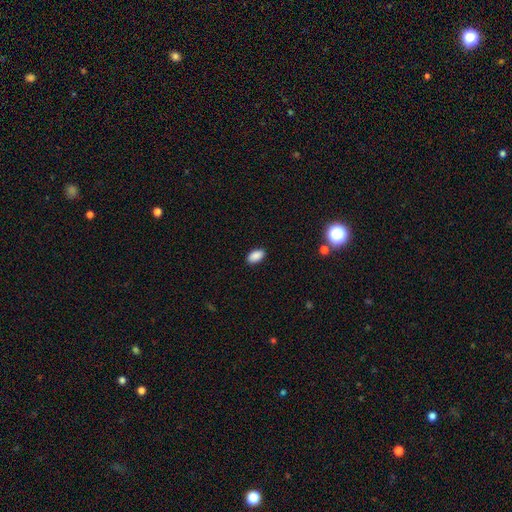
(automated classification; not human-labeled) A smooth galaxy with no disk features (89%) that is in between round and cigar-shaped (93%). Merging: none (89%).